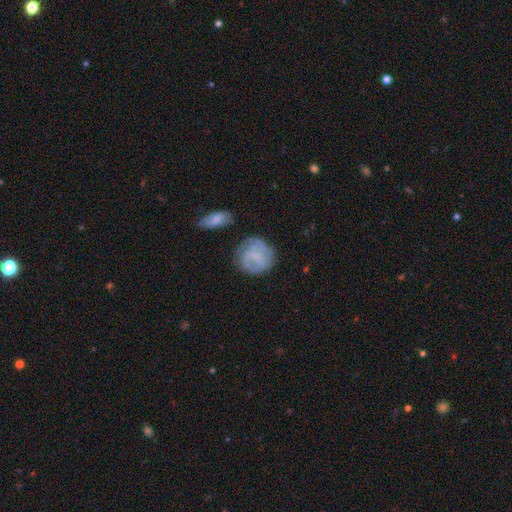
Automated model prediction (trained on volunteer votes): smooth_or_featured: smooth (p=0.49) [alt: featured or disk p=0.43]
merging: none (p=0.62) [alt: minor disturbance p=0.22]